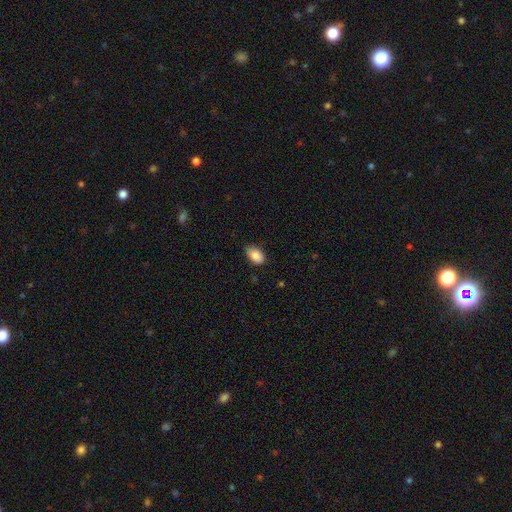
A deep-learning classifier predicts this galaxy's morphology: A smooth galaxy with no disk features (87%) that is in between round and cigar-shaped (91%).

Vote fractions:
- Smooth or featured? smooth: 87% / star or artifact: 7% / featured or disk: 6%
- How rounded? in between: 91% / round: 8% / cigar-shaped: 1%
- Merging? none: 78% / minor disturbance: 19% / major disturbance: 3% / merger: 1%